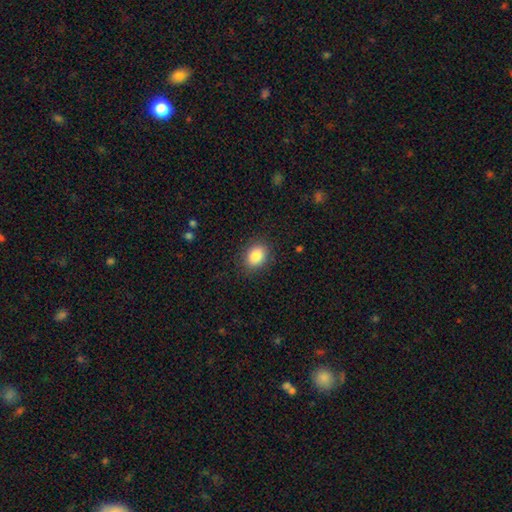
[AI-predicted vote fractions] Overall: smooth (87%). How rounded: in between (65%; round 34%). Merging: none (86%).